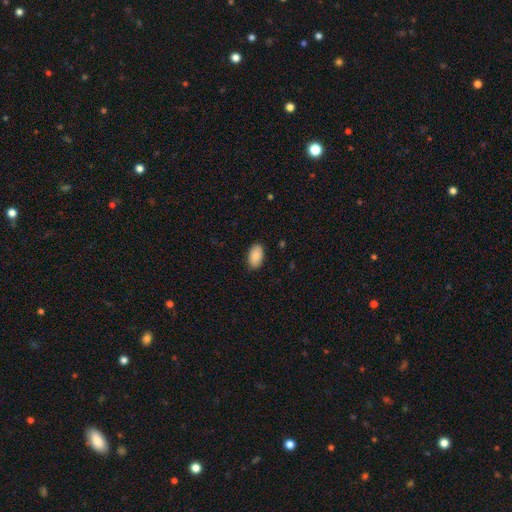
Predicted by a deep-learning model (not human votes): Smooth or featured?
  - smooth: 89% *
  - star or artifact: 6%
  - featured or disk: 5%
How rounded?
  - in between: 94% *
  - round: 4%
  - cigar-shaped: 1%
Merging?
  - none: 88% *
  - minor disturbance: 9%
  - major disturbance: 2%
  - merger: 1%